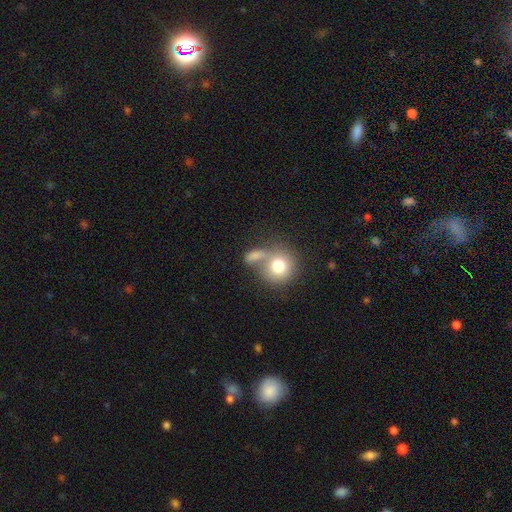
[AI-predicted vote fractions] Smooth or featured: smooth — 76% (featured or disk — 14%)
How rounded: round — 61% (in between — 35%)
Merging: merger — 46% (none — 33%)